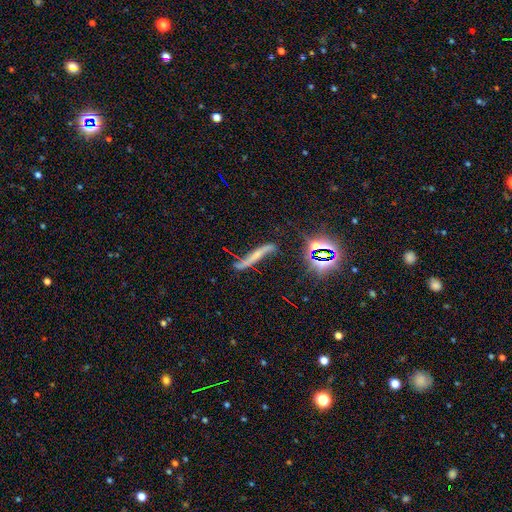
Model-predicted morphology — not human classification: Smooth or featured? Predicted: featured or disk (p=0.54). Edge-on disk? Predicted: yes (p=0.57). Merging? Predicted: none (p=0.56).